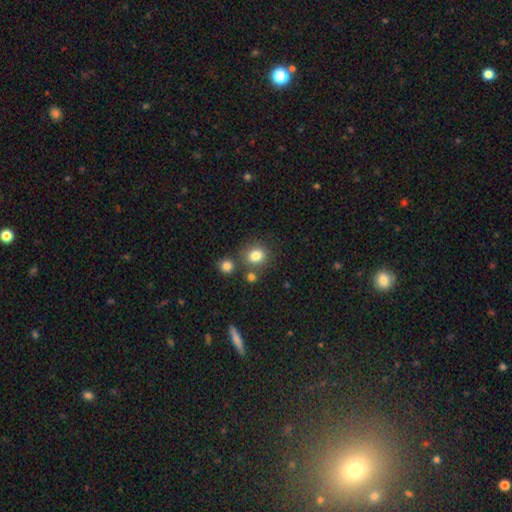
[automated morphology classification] The model was most divided on "how rounded": round: 74%, in between: 25%, cigar-shaped: 1%. More confident: smooth or featured — smooth (82%); merging — none (72%).